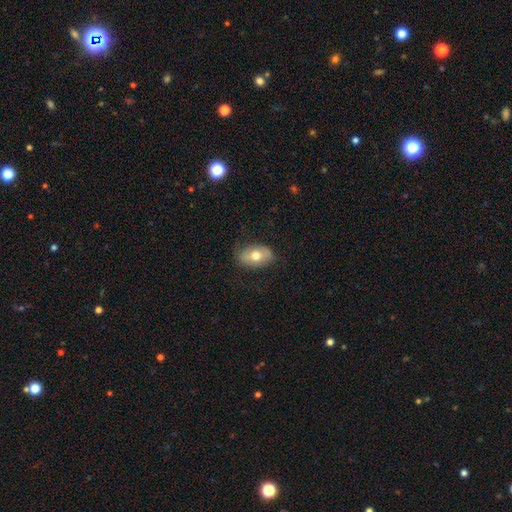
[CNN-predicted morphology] Smooth or featured?
  - smooth: 65% *
  - featured or disk: 28%
  - star or artifact: 7%
How rounded?
  - in between: 88% *
  - round: 10%
  - cigar-shaped: 2%
Merging?
  - none: 77% *
  - minor disturbance: 17%
  - major disturbance: 5%
  - merger: 1%